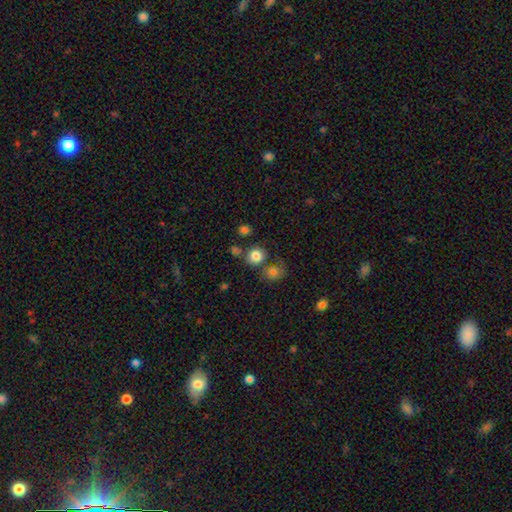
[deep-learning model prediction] This is clearly a smooth galaxy (82%). How rounded: clearly round (84%). Merging: likely none (67%).